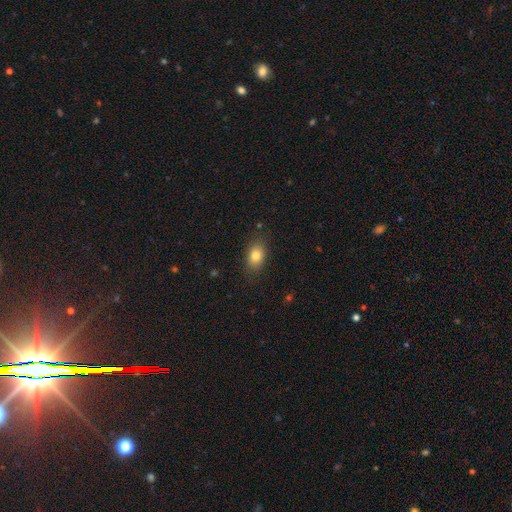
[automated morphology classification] A smooth galaxy with no disk features (81%) that is in between round and cigar-shaped (80%).

Vote fractions:
- Smooth or featured? smooth: 81% / featured or disk: 10% / star or artifact: 9%
- How rounded? in between: 80% / round: 18% / cigar-shaped: 2%
- Merging? none: 84% / minor disturbance: 12% / major disturbance: 3% / merger: 1%